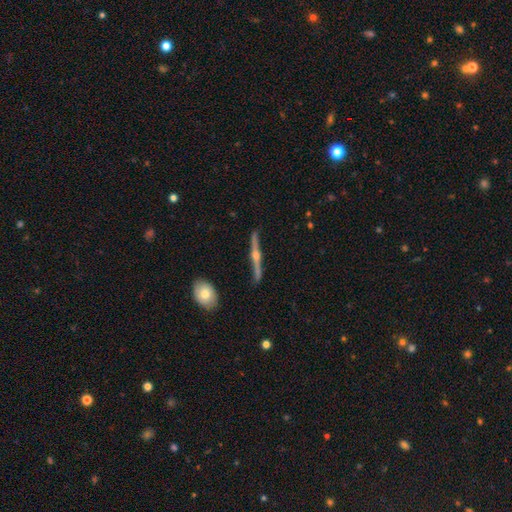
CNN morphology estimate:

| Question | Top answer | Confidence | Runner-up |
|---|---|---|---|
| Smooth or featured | featured or disk | 66% | smooth (21%) |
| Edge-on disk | yes | 89% | no (11%) |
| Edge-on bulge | rounded | 86% | none (8%) |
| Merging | none | 82% | minor disturbance (10%) |